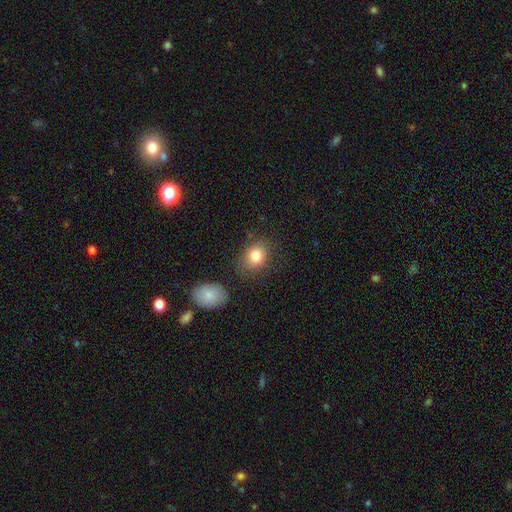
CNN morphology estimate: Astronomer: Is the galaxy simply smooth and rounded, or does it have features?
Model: smooth — 81%.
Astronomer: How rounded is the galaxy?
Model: in between — 54% (runner-up: round, 45%).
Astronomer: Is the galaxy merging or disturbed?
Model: none — 74%.